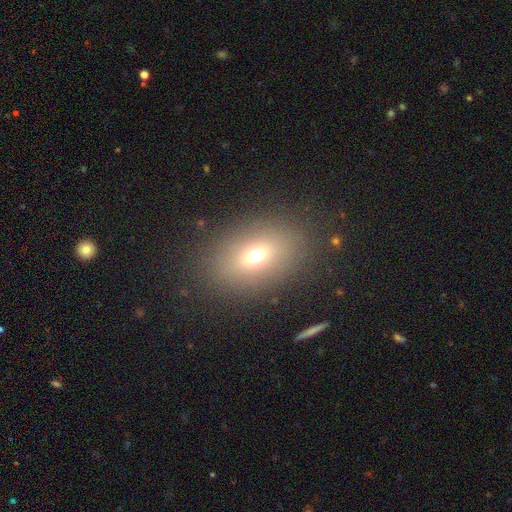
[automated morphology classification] This appears to be a smooth galaxy with no disk features (67%) that is in between round and cigar-shaped (73%). Merging: none (84%).